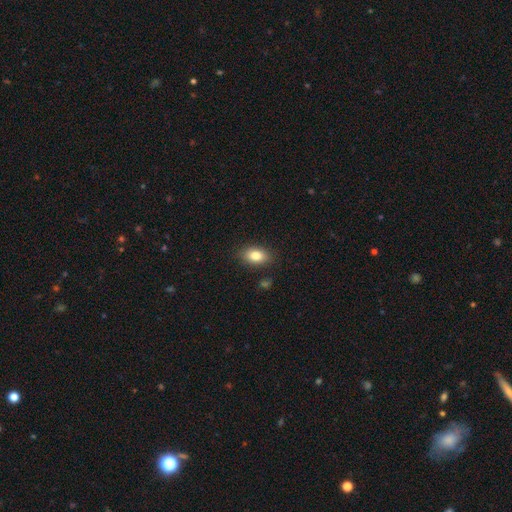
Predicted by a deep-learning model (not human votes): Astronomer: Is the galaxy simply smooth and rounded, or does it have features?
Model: smooth — 82%.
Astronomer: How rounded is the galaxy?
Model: in between — 87%.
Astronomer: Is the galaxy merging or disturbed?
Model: none — 86%.